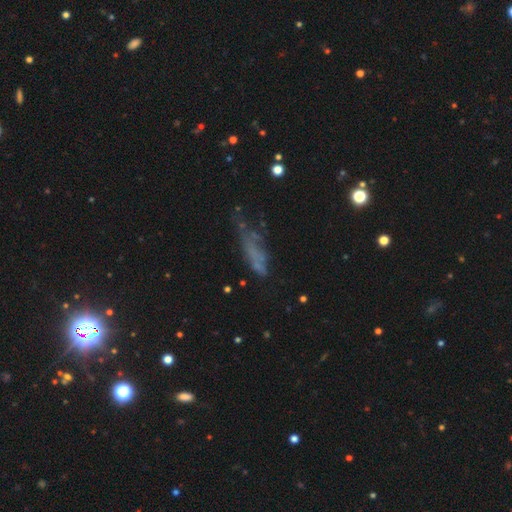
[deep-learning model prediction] smooth_or_featured: smooth (p=0.44) [alt: featured or disk p=0.37]
merging: none (p=0.36) [alt: major disturbance p=0.32]